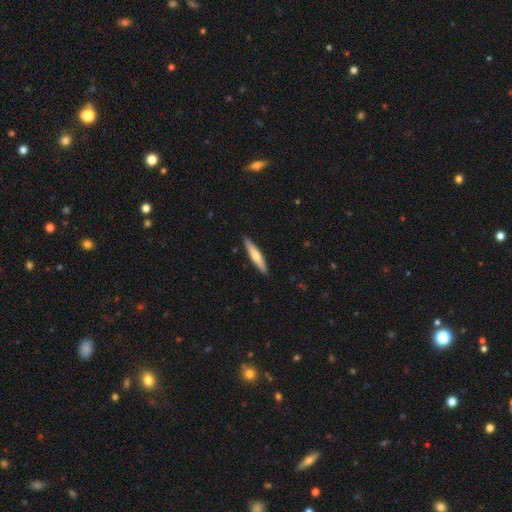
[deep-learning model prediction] Smooth or featured? Predicted: smooth (p=0.56). How rounded? Predicted: cigar-shaped (p=0.89). Merging? Predicted: none (p=0.90).